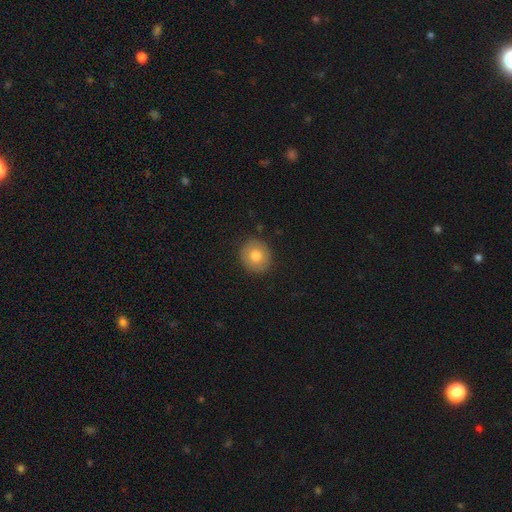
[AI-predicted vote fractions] The model was most divided on "smooth or featured": smooth: 77%, featured or disk: 15%, star or artifact: 8%. More confident: merging — none (89%); how rounded — round (84%).